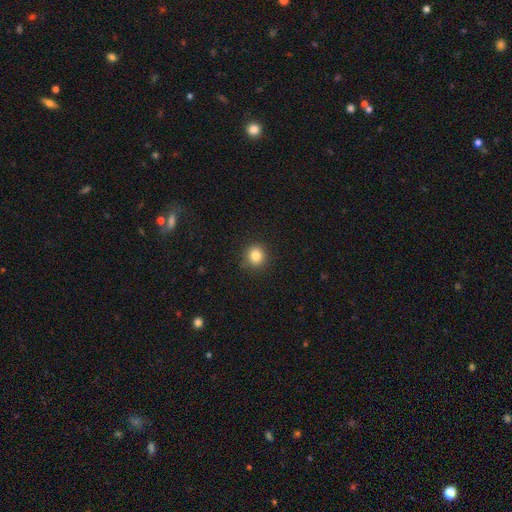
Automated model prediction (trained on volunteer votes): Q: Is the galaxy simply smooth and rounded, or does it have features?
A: smooth — 83%.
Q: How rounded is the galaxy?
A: round — 92%.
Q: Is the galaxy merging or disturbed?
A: none — 90%.